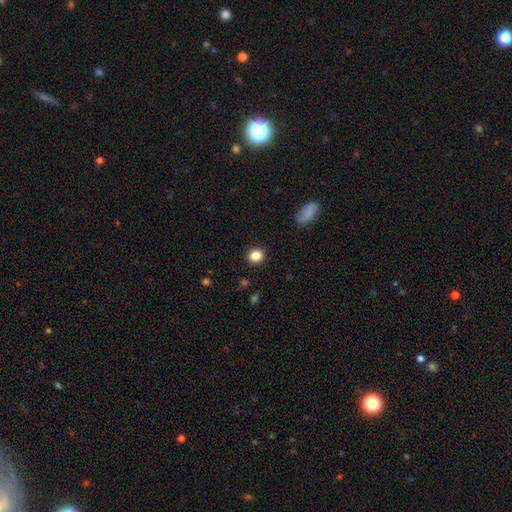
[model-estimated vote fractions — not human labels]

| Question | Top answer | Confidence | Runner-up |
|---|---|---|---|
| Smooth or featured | smooth | 86% | star or artifact (10%) |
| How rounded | round | 73% | in between (26%) |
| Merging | none | 90% | minor disturbance (7%) |